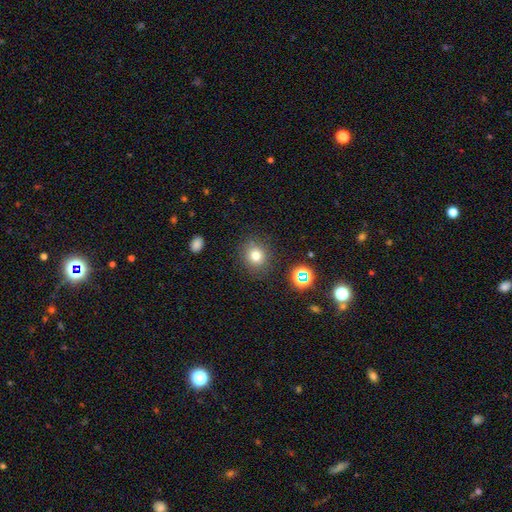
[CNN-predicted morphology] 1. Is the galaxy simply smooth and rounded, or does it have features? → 75% smooth, 17% star or artifact, 9% featured or disk.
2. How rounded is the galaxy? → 78% round, 21% in between, 1% cigar-shaped.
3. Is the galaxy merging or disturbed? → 84% none, 10% minor disturbance, 4% major disturbance, 2% merger.